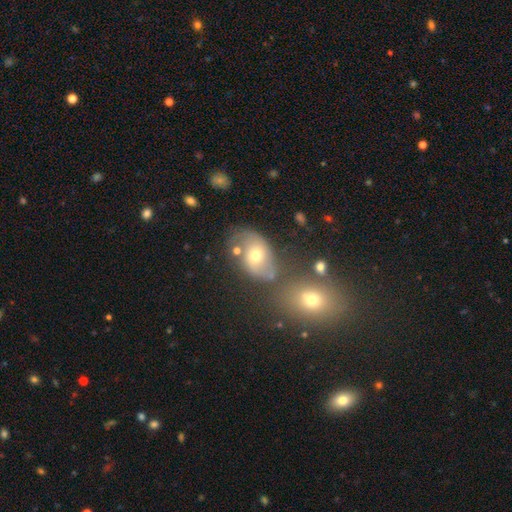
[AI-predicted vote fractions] Overall: smooth (45%; featured or disk 40%). Merging: none (52%; merger 19%).